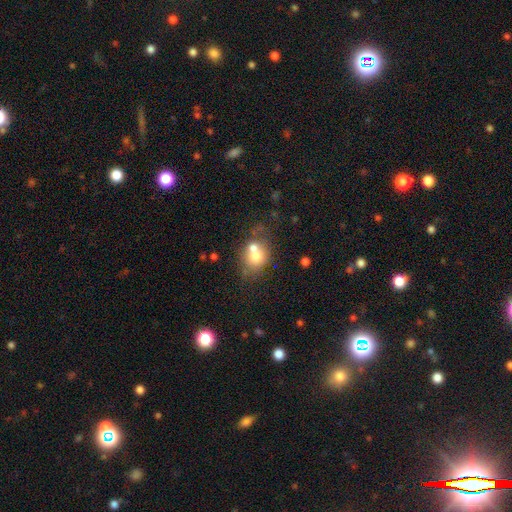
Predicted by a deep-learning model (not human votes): smooth_or_featured: smooth (p=0.66) [alt: featured or disk p=0.22]
how_rounded: round (p=0.59) [alt: in between p=0.40]
merging: merger (p=0.46) [alt: none p=0.38]